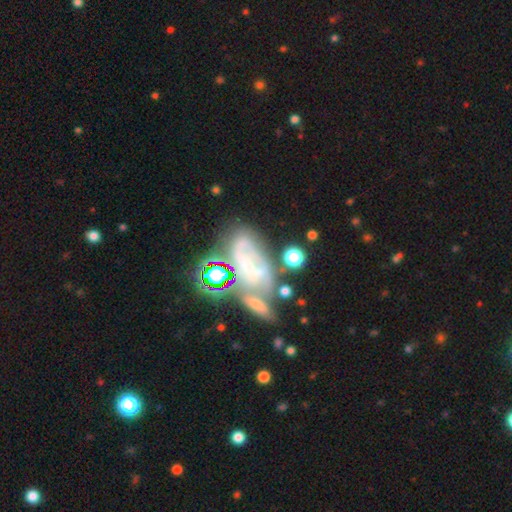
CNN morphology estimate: Q: Smooth or featured?
A: featured or disk (63%); runner-up: smooth (19%)
Q: Edge-on disk?
A: no (94%); runner-up: yes (6%)
Q: Bar?
A: no (54%); runner-up: weak (32%)
Q: Spiral arms?
A: yes (76%); runner-up: no (24%)
Q: Bulge size?
A: small (64%); runner-up: none (17%)
Q: Merging?
A: none (37%); runner-up: merger (28%)